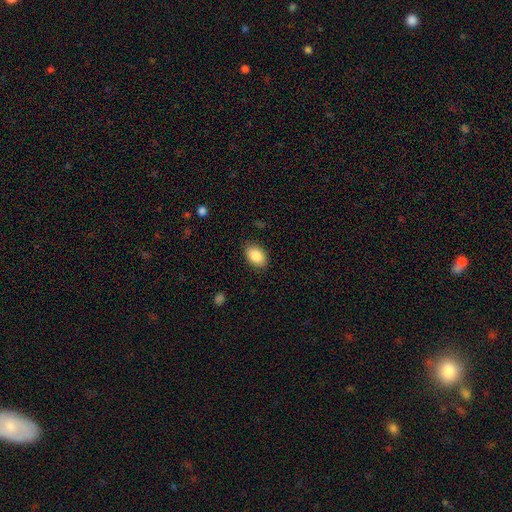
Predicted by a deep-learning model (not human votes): Smooth or featured? smooth (88%)
How rounded? in between (87%)
Merging? none (87%)